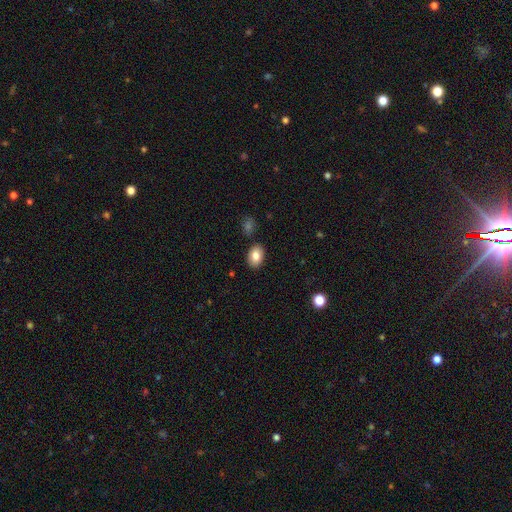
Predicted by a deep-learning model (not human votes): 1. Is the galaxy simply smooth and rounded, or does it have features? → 83% smooth, 9% featured or disk, 8% star or artifact.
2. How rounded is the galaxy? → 84% in between, 15% round, 1% cigar-shaped.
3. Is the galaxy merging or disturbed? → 86% none, 9% minor disturbance, 3% merger, 2% major disturbance.